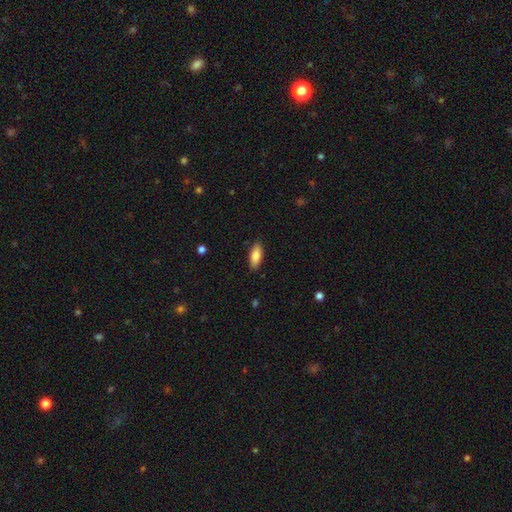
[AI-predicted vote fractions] This is clearly a smooth galaxy (84%). How rounded: likely in between (76%). Merging: clearly none (87%).